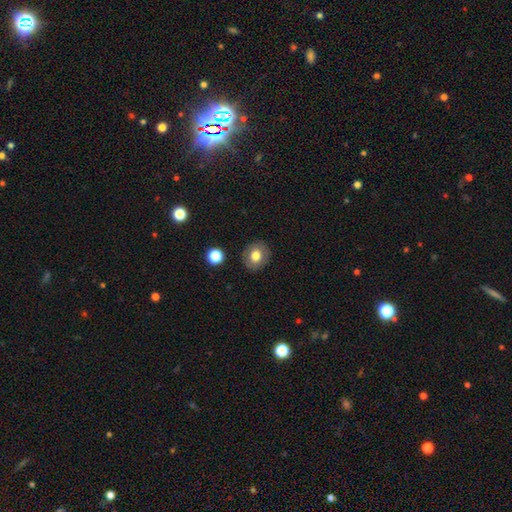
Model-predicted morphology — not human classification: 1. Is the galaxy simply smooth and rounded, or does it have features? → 74% smooth, 18% featured or disk, 9% star or artifact.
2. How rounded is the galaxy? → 73% round, 26% in between, 1% cigar-shaped.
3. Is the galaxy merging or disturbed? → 88% none, 8% minor disturbance, 2% major disturbance, 1% merger.